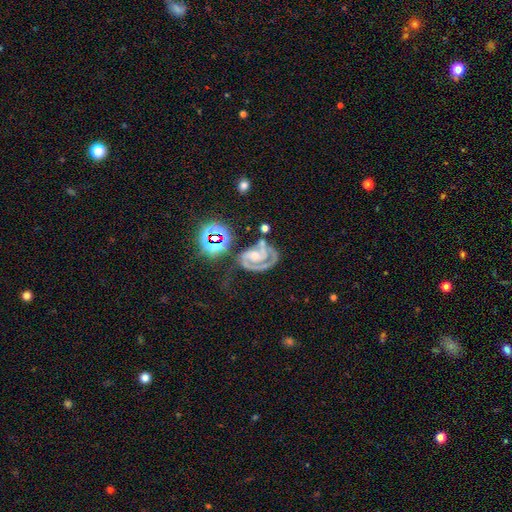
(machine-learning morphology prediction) Smooth or featured? Predicted: featured or disk (p=0.85). Edge-on disk? Predicted: no (p=0.98). Bar? Predicted: no (p=0.56). Spiral arms? Predicted: yes (p=0.96). Spiral winding? Predicted: tight (p=0.55). Spiral arm count? Predicted: 2 (p=0.59). Bulge size? Predicted: small (p=0.51). Merging? Predicted: none (p=0.40).